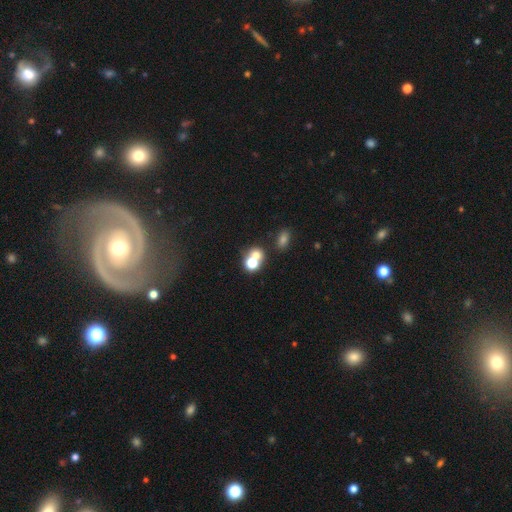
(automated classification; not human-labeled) Q: Smooth or featured?
A: smooth (64%); runner-up: star or artifact (22%)
Q: How rounded?
A: round (71%); runner-up: in between (28%)
Q: Merging?
A: merger (46%); runner-up: none (42%)